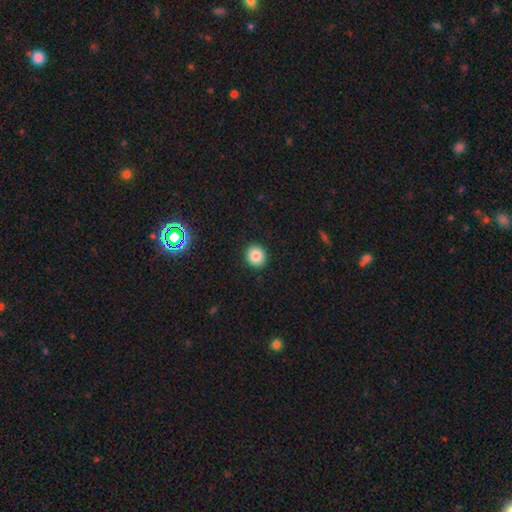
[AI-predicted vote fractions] Smooth or featured?
  - smooth: 84% *
  - star or artifact: 11%
  - featured or disk: 5%
How rounded?
  - round: 84% *
  - in between: 15%
  - cigar-shaped: 1%
Merging?
  - none: 92% *
  - minor disturbance: 5%
  - major disturbance: 2%
  - merger: 1%